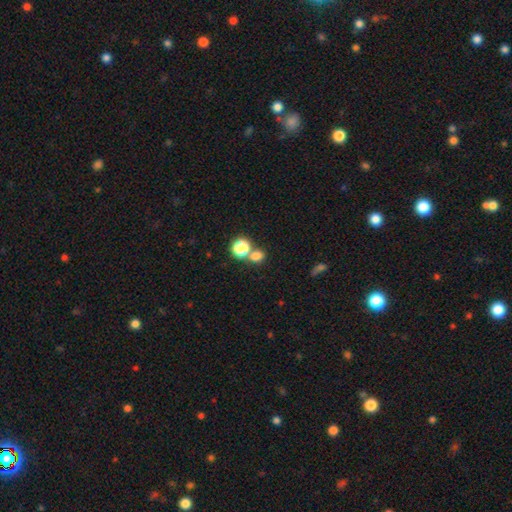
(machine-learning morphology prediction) This is likely a smooth galaxy (74%). How rounded: likely round (66%). Merging: possibly none (52%).